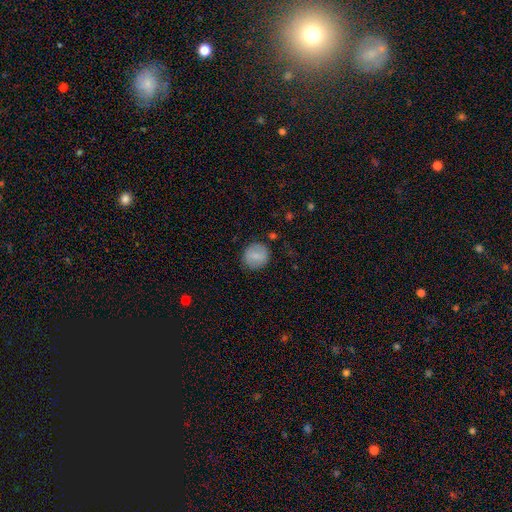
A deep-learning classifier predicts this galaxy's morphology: Smooth or featured? Predicted: smooth (p=0.78). How rounded? Predicted: round (p=0.85). Merging? Predicted: none (p=0.85).